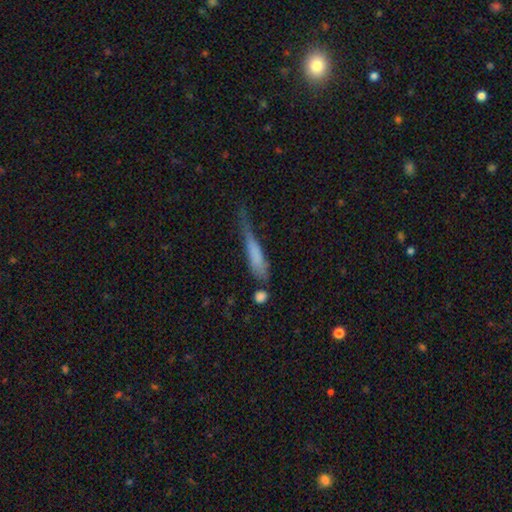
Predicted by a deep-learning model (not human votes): smooth_or_featured: smooth (p=0.67) [alt: featured or disk p=0.24]
how_rounded: cigar-shaped (p=0.78) [alt: in between p=0.19]
merging: minor disturbance (p=0.33) [alt: major disturbance p=0.32]